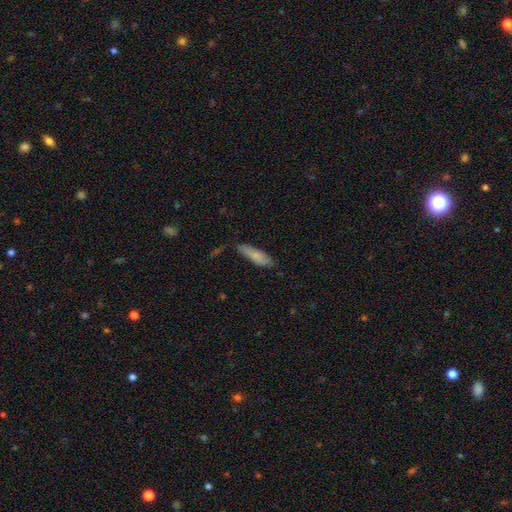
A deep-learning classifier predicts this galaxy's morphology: Smooth or featured? Predicted: smooth (p=0.76). How rounded? Predicted: cigar-shaped (p=0.56). Merging? Predicted: none (p=0.72).